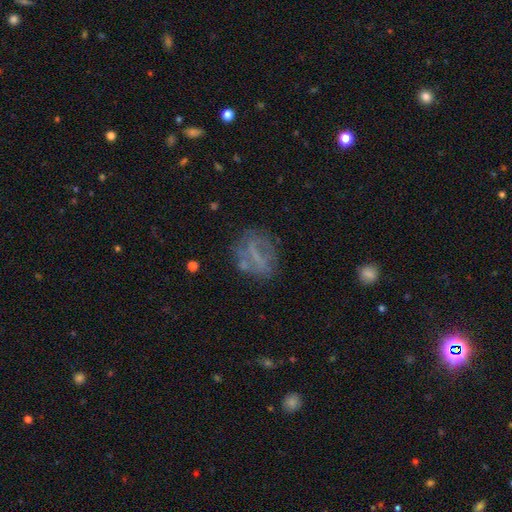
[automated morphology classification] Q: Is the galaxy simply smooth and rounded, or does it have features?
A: featured or disk — 51%.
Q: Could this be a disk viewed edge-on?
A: no — 94%.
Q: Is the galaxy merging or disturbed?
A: none — 63%.